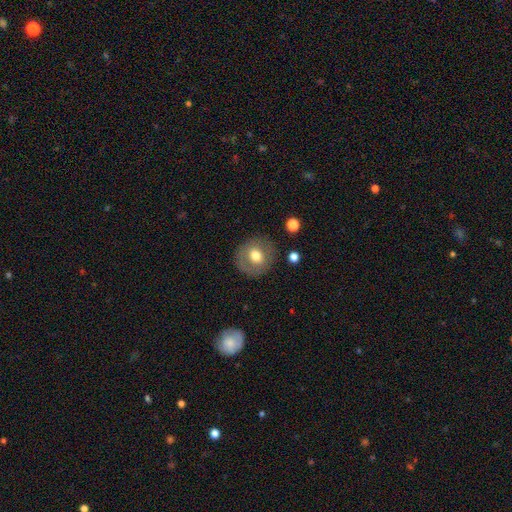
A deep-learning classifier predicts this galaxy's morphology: The model was most divided on "smooth or featured": smooth: 63%, featured or disk: 29%, star or artifact: 8%. More confident: how rounded — round (88%); merging — none (85%).